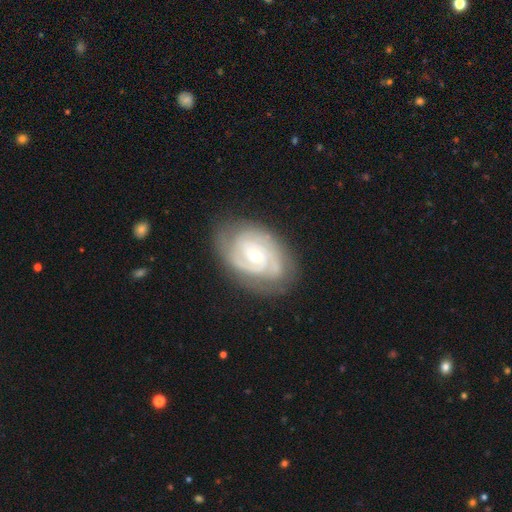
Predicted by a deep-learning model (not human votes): This appears to be a featured or disk galaxy (89%) with no bar (55%), 2 (38%) tight (68%) spiral arms (97%) and a small central bulge (63%). Merging: none (77%).